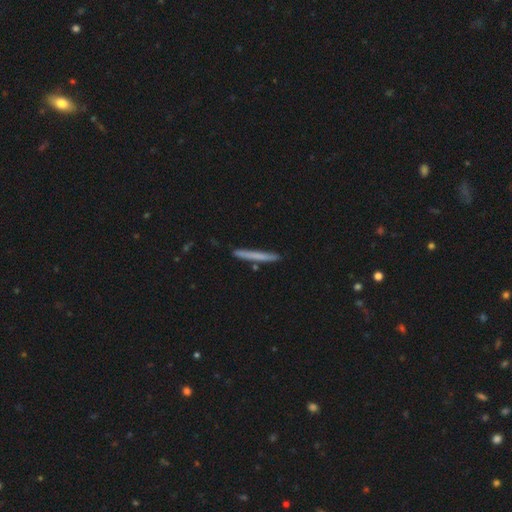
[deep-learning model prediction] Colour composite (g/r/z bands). It shows a smooth galaxy with no disk features (67%) that is cigar-shaped (97%). Merging: none (88%).